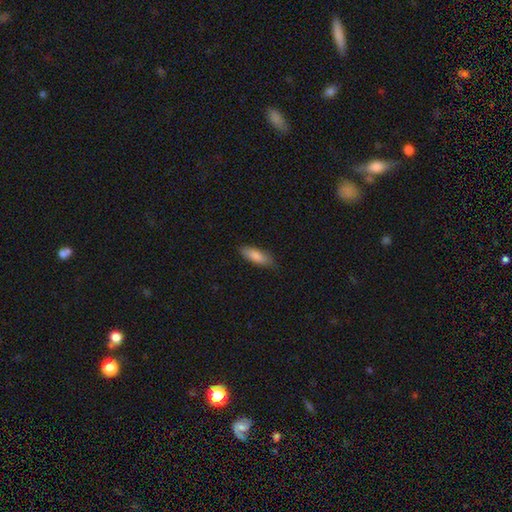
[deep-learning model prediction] The model was most divided on "how rounded": in between: 58%, cigar-shaped: 40%, round: 2%. More confident: smooth or featured — smooth (82%); merging — none (82%).